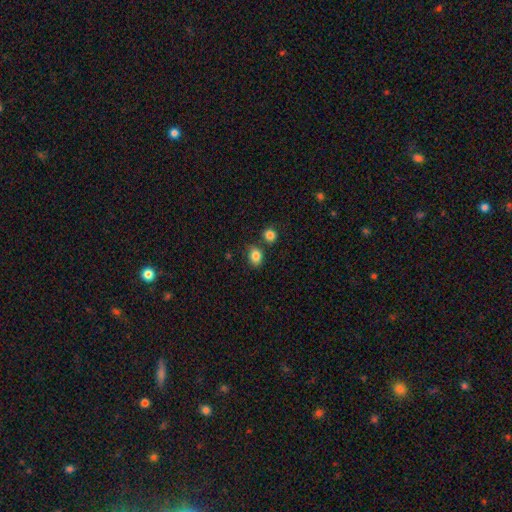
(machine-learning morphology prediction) A smooth galaxy with no disk features (84%) that is in between round and cigar-shaped (56%). Merging: none (72%).